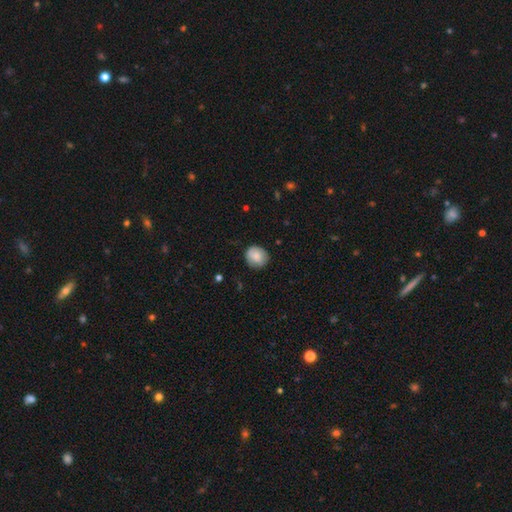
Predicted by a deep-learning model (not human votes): Smooth or featured? smooth (84%)
How rounded? round (78%)
Merging? none (80%)